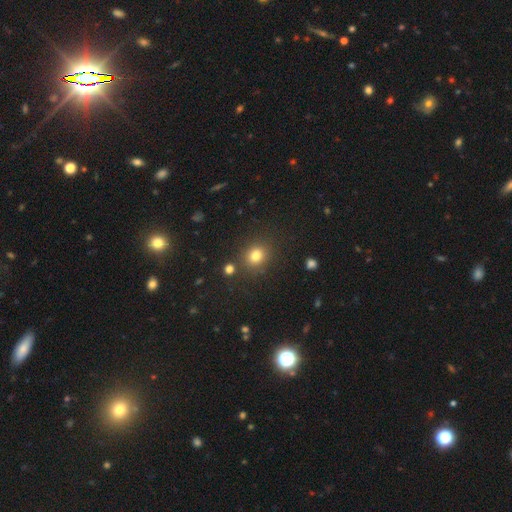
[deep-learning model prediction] This is likely a smooth galaxy (80%). How rounded: likely round (72%). Merging: clearly none (81%).